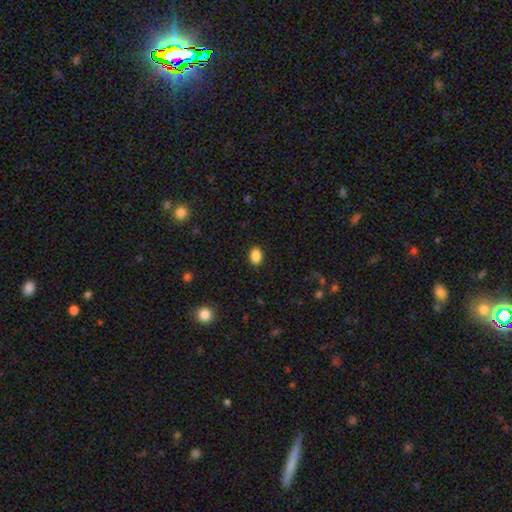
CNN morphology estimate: Smooth or featured? smooth (87%)
How rounded? in between (80%)
Merging? none (89%)